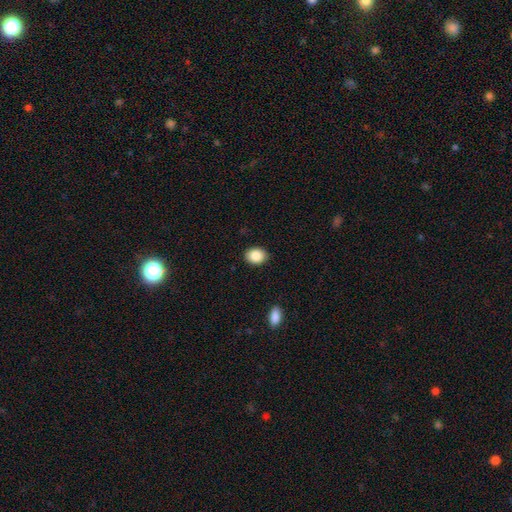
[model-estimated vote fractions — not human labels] Overall: smooth (88%). How rounded: in between (56%; round 43%). Merging: none (90%).